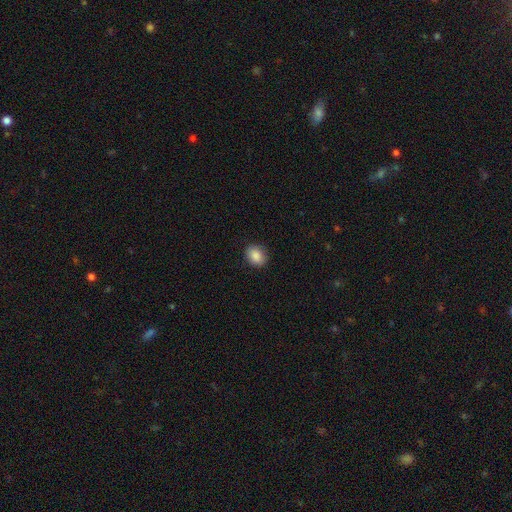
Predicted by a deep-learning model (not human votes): smooth_or_featured: smooth (p=0.88) [alt: star or artifact p=0.08]
how_rounded: in between (p=0.51) [alt: round p=0.48]
merging: none (p=0.87) [alt: minor disturbance p=0.10]